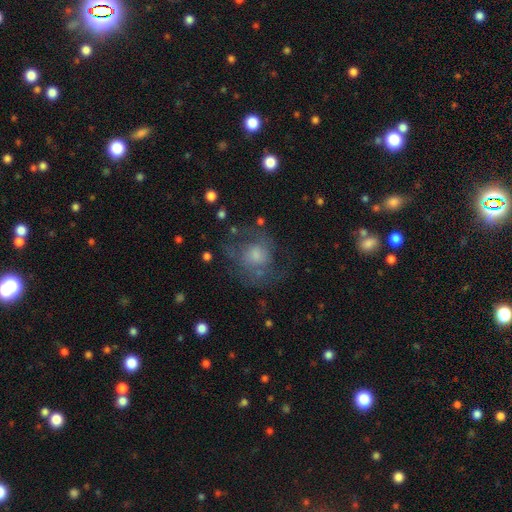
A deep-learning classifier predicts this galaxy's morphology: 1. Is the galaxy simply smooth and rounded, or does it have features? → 52% featured or disk, 37% smooth, 11% star or artifact.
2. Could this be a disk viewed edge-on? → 97% no, 3% yes.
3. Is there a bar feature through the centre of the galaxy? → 76% no, 21% weak, 3% strong.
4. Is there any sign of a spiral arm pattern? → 68% yes, 32% no.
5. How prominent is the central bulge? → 40% moderate, 31% small, 15% large, 13% none, 3% dominant.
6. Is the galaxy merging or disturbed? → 54% none, 24% major disturbance, 20% minor disturbance, 3% merger.